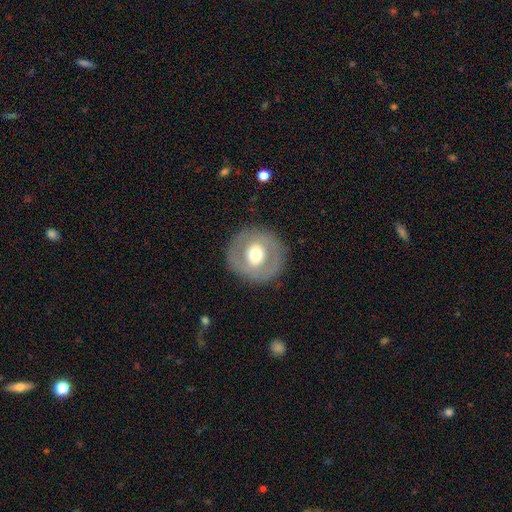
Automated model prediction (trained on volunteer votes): Smooth or featured? featured or disk (48%)
Merging? none (85%)